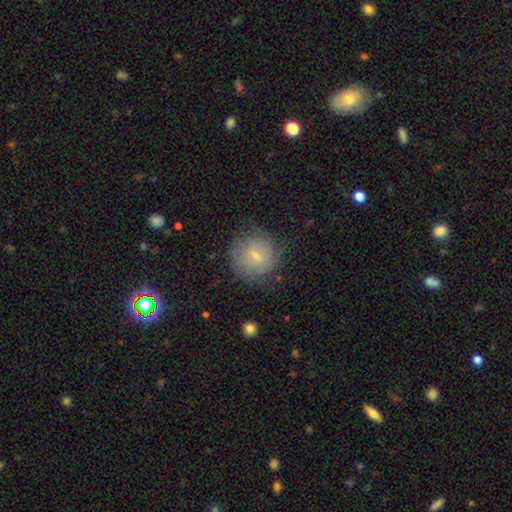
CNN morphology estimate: This is possibly a smooth galaxy (59%). How rounded: clearly round (91%). Merging: likely none (75%).